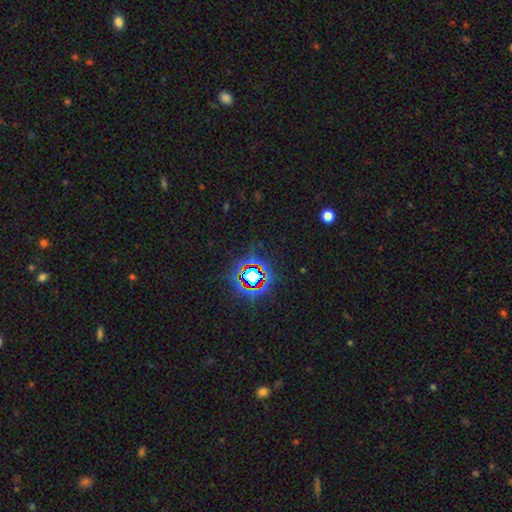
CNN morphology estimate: Overall: star or artifact (75%).